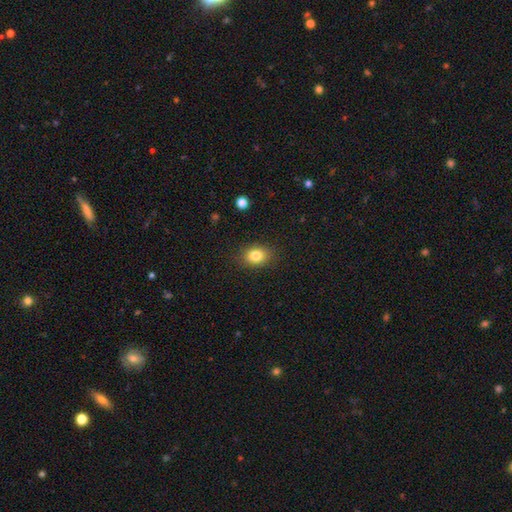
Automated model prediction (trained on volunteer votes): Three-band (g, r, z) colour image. It shows a smooth galaxy with no disk features (83%) that is in between round and cigar-shaped (62%). Merging: none (86%).